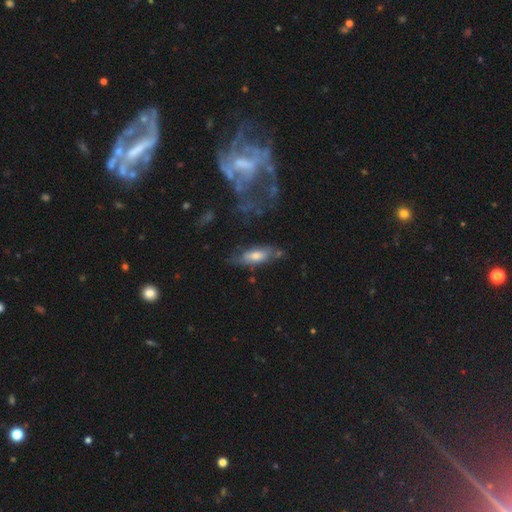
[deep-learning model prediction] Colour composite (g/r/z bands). It shows a smooth galaxy with no disk features (50%) that is in between round and cigar-shaped (65%). Merging: none (59%).